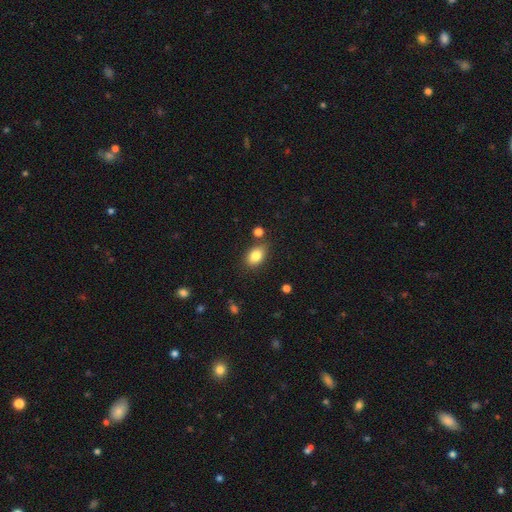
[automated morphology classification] This is clearly a smooth galaxy (84%). How rounded: clearly in between (83%). Merging: likely none (75%).